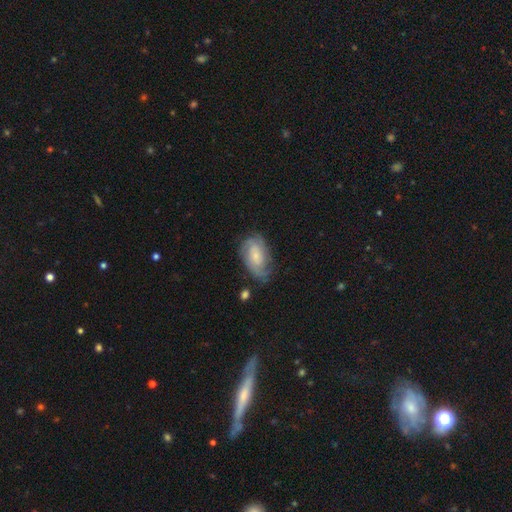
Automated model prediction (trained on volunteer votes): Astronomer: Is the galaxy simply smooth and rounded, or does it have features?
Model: featured or disk — 64%.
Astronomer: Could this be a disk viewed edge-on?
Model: no — 96%.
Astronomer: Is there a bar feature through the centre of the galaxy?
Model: no — 64%.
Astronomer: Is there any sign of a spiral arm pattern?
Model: yes — 88%.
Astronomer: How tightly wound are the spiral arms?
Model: tight — 51% (runner-up: medium, 36%).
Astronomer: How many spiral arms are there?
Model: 2 — 40% (runner-up: can't tell, 36%).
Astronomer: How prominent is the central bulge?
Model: small — 61%.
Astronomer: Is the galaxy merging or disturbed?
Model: none — 63%.